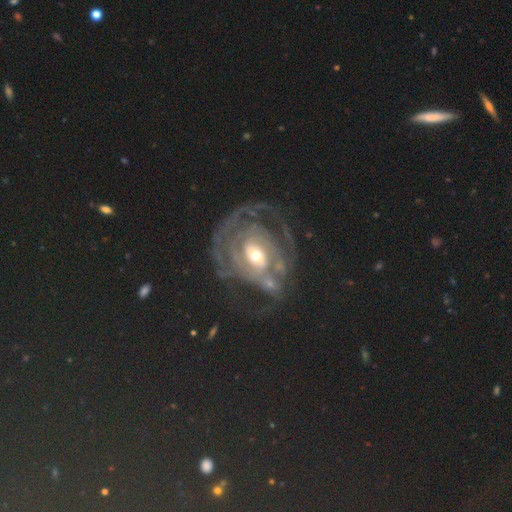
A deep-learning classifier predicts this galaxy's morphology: featured or disk 86%, smooth 8%, star or artifact 6%. Down the decision tree: edge-on disk — no (97%); bar — no (61%); spiral arms — yes (88%); spiral arm count — can't tell (36%); spiral winding — tight (60%); bulge size — moderate (52%); merging — none (47%).